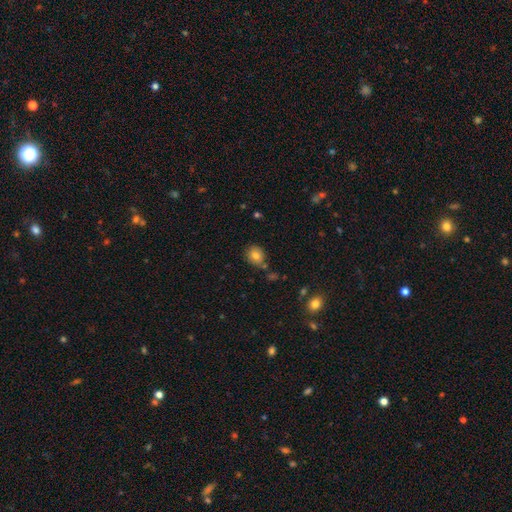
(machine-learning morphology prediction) This is likely a smooth galaxy (79%). How rounded: likely round (73%). Merging: likely none (74%).